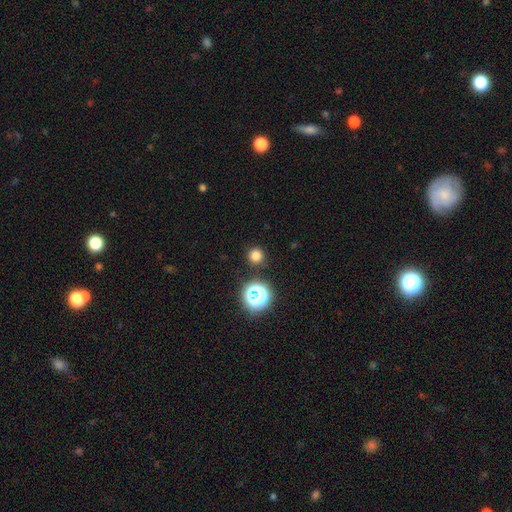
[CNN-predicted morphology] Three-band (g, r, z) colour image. It shows a smooth galaxy with no disk features (76%) that is round (95%). Merging: none (89%).